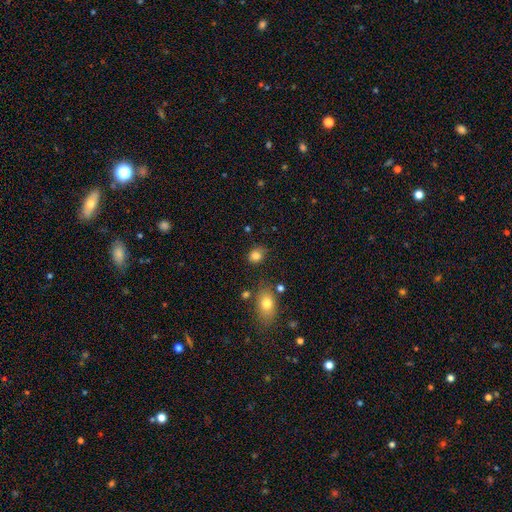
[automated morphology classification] Q: Smooth or featured?
A: smooth (83%); runner-up: star or artifact (11%)
Q: How rounded?
A: round (60%); runner-up: in between (39%)
Q: Merging?
A: none (71%); runner-up: minor disturbance (19%)